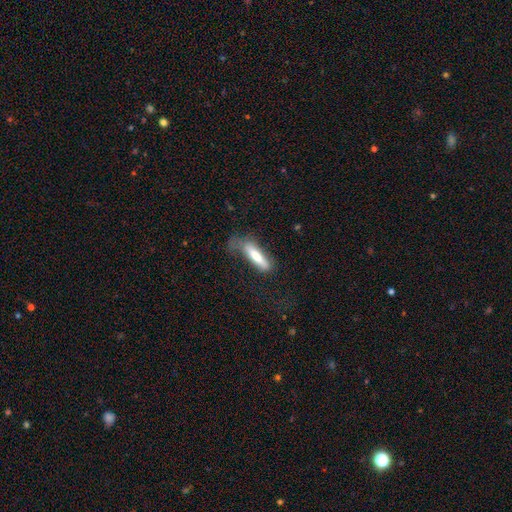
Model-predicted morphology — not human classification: Q: Smooth or featured?
A: smooth (69%); runner-up: featured or disk (25%)
Q: How rounded?
A: cigar-shaped (72%); runner-up: in between (26%)
Q: Merging?
A: none (42%); runner-up: minor disturbance (29%)